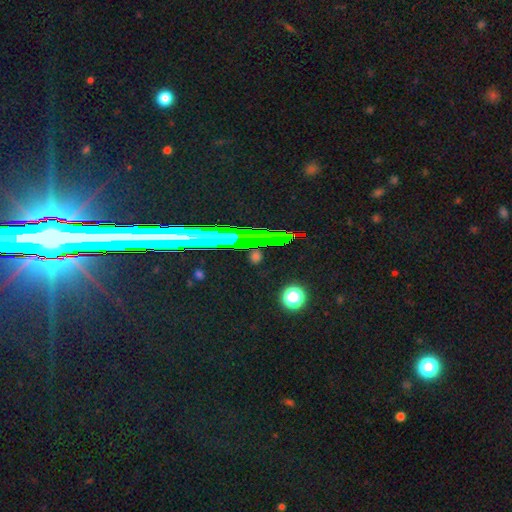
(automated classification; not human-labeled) This is likely a star or artifact rather than a galaxy (71%).